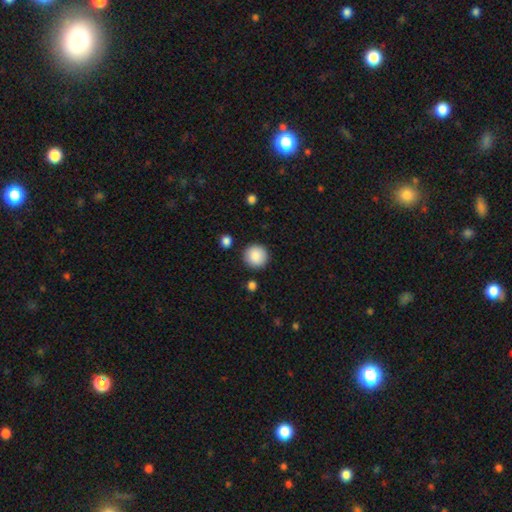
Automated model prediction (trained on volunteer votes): This appears to be a smooth galaxy with no disk features (88%) that is round (95%). Merging: none (90%).